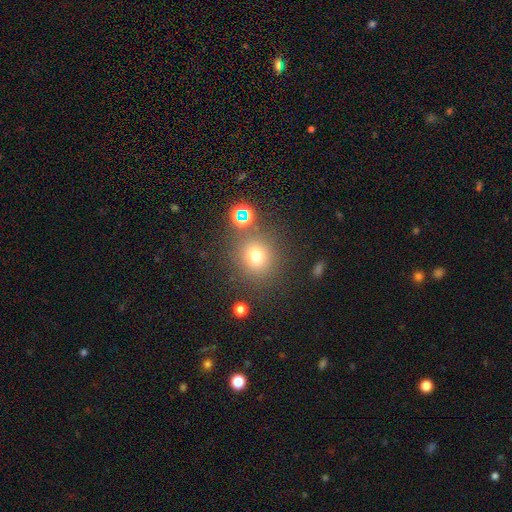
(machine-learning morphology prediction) smooth_or_featured: smooth (p=0.71) [alt: star or artifact p=0.20]
how_rounded: round (p=0.88) [alt: in between p=0.11]
merging: none (p=0.80) [alt: minor disturbance p=0.09]